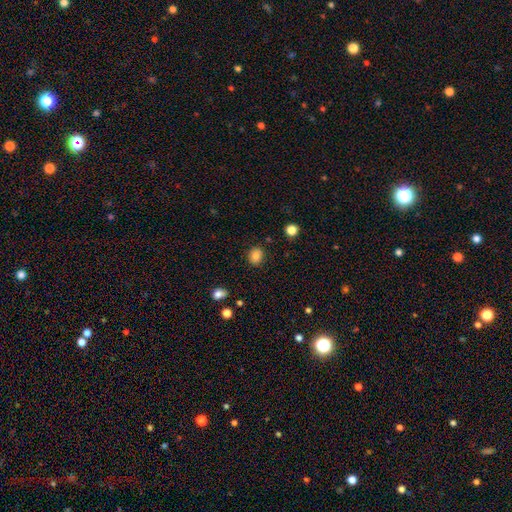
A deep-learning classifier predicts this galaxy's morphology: Q: Smooth or featured?
A: smooth (83%); runner-up: star or artifact (10%)
Q: How rounded?
A: round (59%); runner-up: in between (40%)
Q: Merging?
A: none (85%); runner-up: minor disturbance (10%)